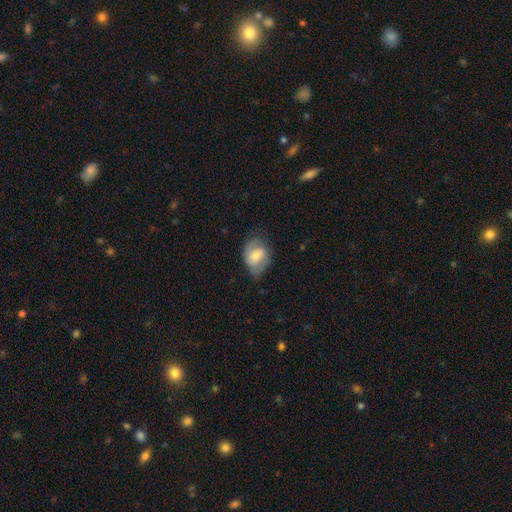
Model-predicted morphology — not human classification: type=smooth (58%); roundness=in between (68%); merging=none (60%).